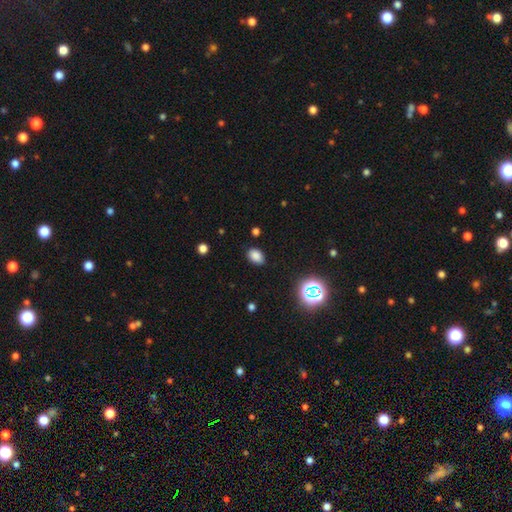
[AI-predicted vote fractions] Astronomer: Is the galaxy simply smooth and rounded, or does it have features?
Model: smooth — 80%.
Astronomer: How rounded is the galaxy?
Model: in between — 83%.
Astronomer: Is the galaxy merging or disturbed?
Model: none — 85%.